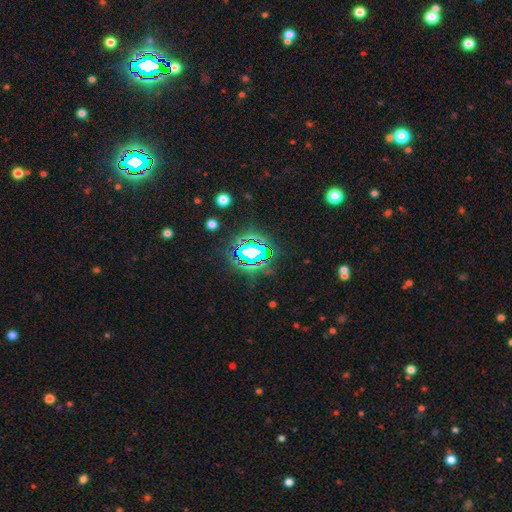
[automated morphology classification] Smooth or featured? Predicted: star or artifact (p=0.82).